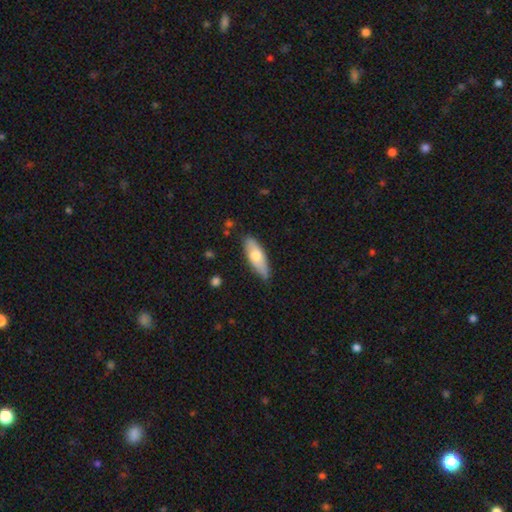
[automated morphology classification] Overall: smooth (62%; featured or disk 32%). How rounded: in between (63%; cigar-shaped 34%). Merging: none (78%).